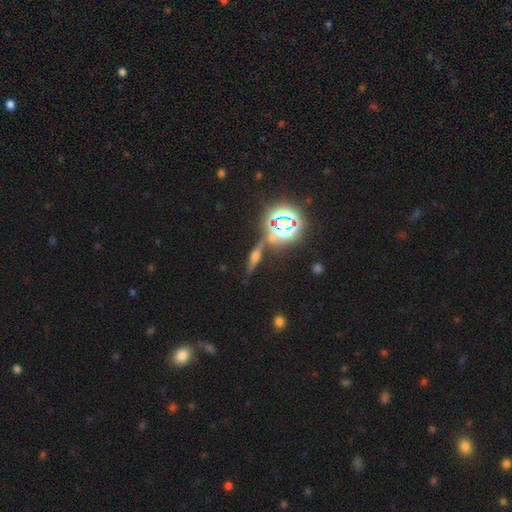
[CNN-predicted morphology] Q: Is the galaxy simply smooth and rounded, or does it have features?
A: featured or disk — 46%.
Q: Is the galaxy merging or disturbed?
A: none — 76%.